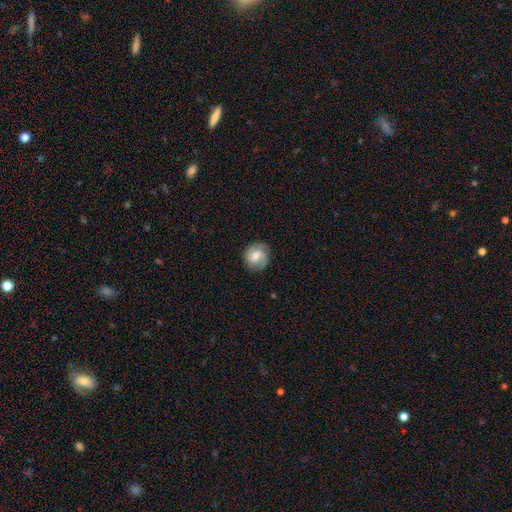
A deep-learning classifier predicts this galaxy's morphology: This is possibly a featured or disk galaxy (49%). Merging: likely none (79%).